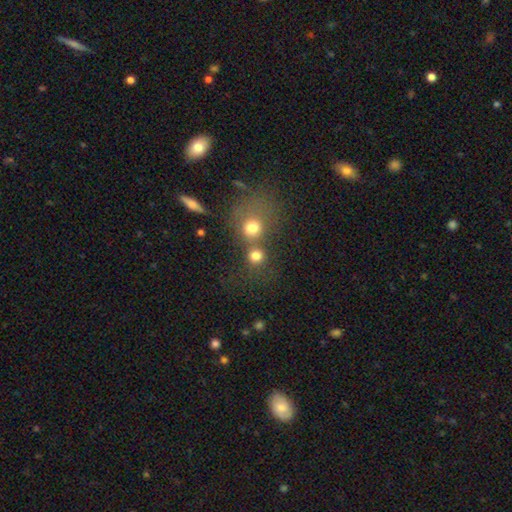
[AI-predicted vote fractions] Smooth or featured? Predicted: smooth (p=0.77). How rounded? Predicted: round (p=0.86). Merging? Predicted: none (p=0.45).